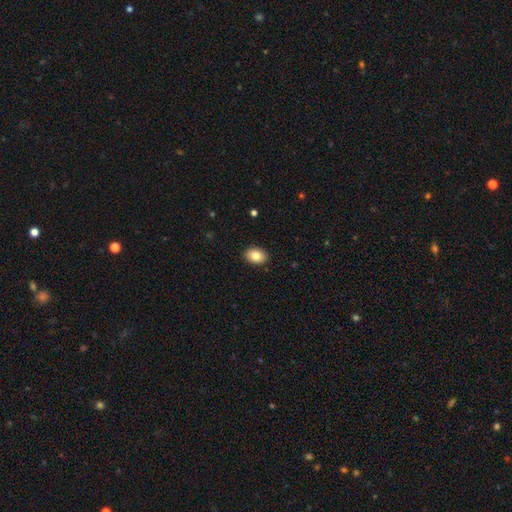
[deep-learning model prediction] Smooth or featured: smooth — 83% (featured or disk — 10%)
How rounded: in between — 82% (round — 17%)
Merging: none — 90% (minor disturbance — 8%)